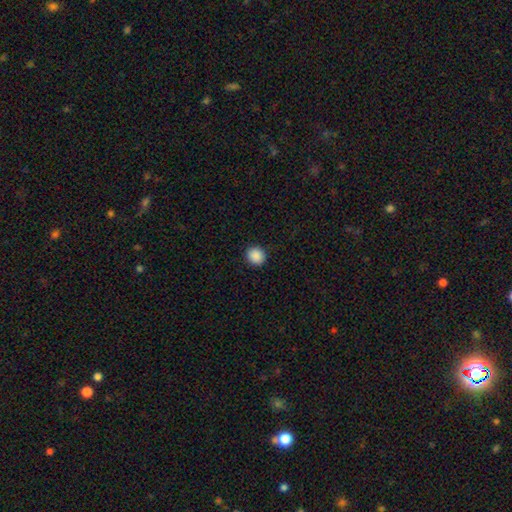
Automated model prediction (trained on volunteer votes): This appears to be a smooth galaxy with no disk features (89%) that is round (88%). Merging: none (92%).